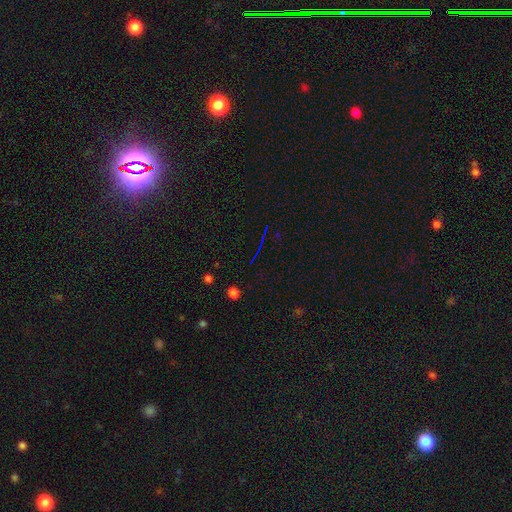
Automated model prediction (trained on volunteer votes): smooth-or-featured: star or artifact: 68% | smooth: 18% | featured or disk: 14%